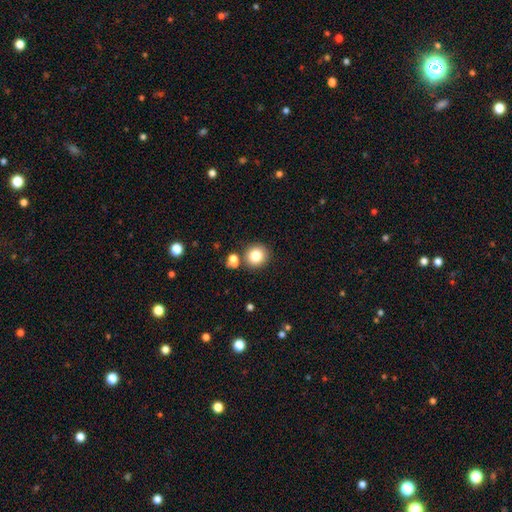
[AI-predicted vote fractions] Smooth or featured? smooth (81%)
How rounded? round (90%)
Merging? none (79%)